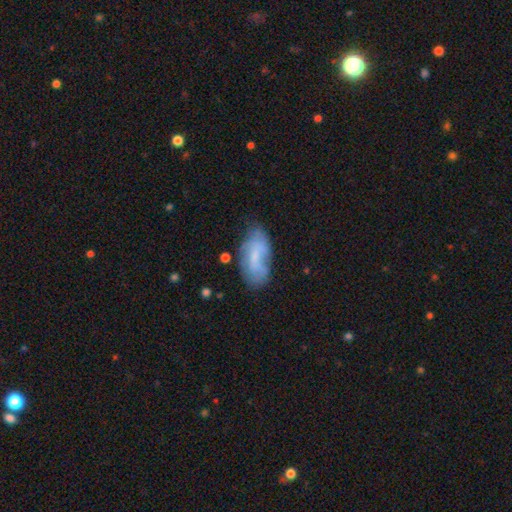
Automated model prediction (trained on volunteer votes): smooth 54%, featured or disk 38%, star or artifact 8%. Down the decision tree: how rounded — in between (91%); merging — none (54%).